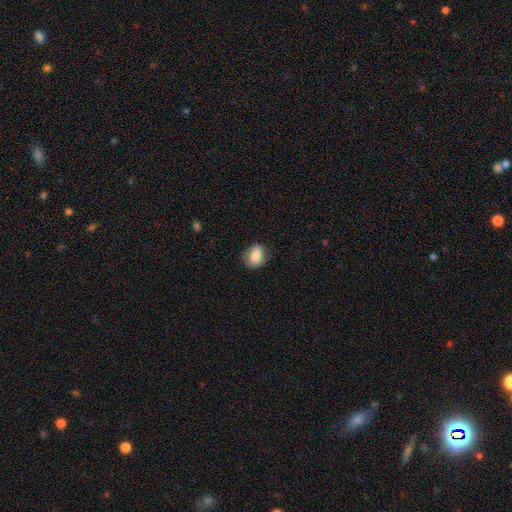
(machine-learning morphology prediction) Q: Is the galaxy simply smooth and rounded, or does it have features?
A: smooth — 80%.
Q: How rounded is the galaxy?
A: in between — 54%.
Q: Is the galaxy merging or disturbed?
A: none — 74%.